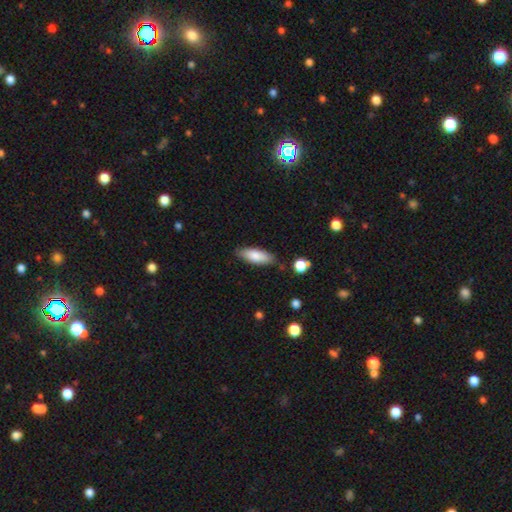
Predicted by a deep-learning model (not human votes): Q: Smooth or featured?
A: smooth (81%); runner-up: featured or disk (13%)
Q: How rounded?
A: in between (68%); runner-up: cigar-shaped (30%)
Q: Merging?
A: none (81%); runner-up: minor disturbance (13%)